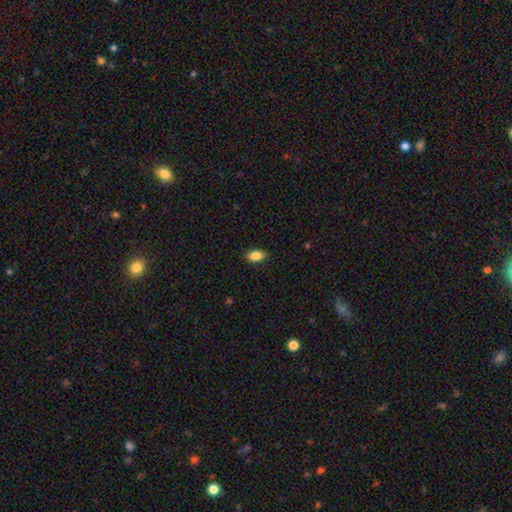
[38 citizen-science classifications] Smooth or featured? 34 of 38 (89%) said smooth. How rounded? 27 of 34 (79%) said in between. Merging? 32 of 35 (91%) said none.